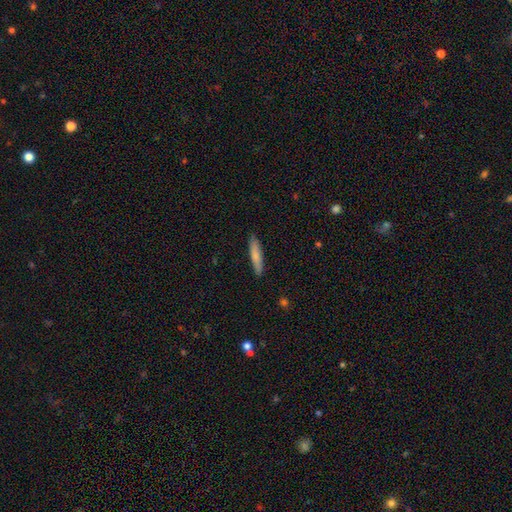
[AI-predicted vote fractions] The model was most divided on "smooth or featured": smooth: 76%, featured or disk: 19%, star or artifact: 6%. More confident: merging — none (89%); how rounded — cigar-shaped (88%).